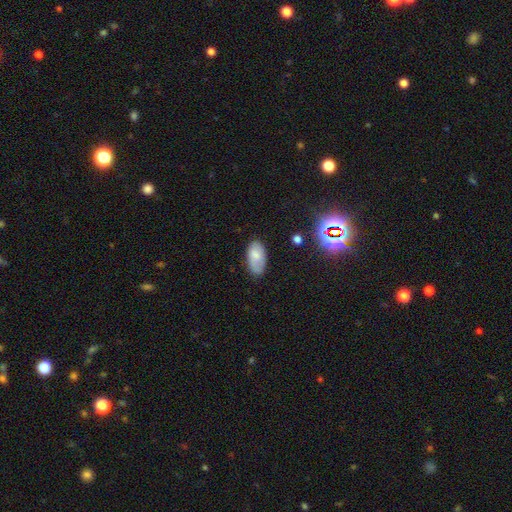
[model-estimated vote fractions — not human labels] smooth-or-featured: smooth: 73% | featured or disk: 19% | star or artifact: 8%
  how-rounded: in between: 95% | round: 3% | cigar-shaped: 3%
  merging: none: 74% | minor disturbance: 20% | major disturbance: 4% | merger: 2%